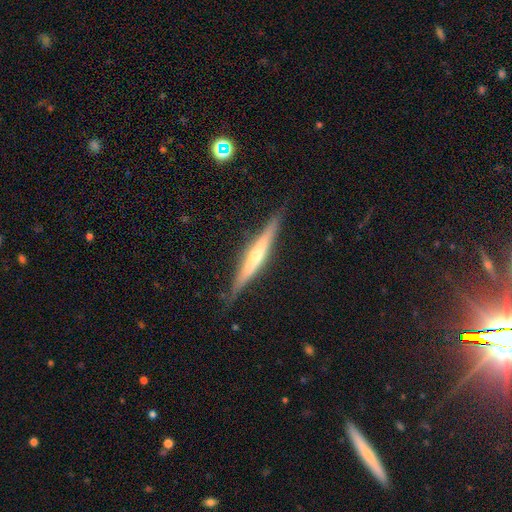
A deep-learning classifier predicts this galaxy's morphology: type=featured or disk (70%); edge-on=yes (97%); edge-on bulge=rounded (69%); merging=none (87%).